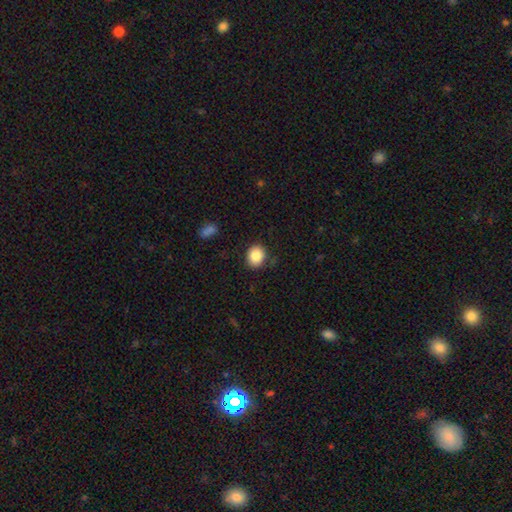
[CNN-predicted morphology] A smooth galaxy with no disk features (87%) that is round (64%).

Vote fractions:
- Smooth or featured? smooth: 87% / star or artifact: 8% / featured or disk: 5%
- How rounded? round: 64% / in between: 35% / cigar-shaped: 1%
- Merging? none: 84% / minor disturbance: 11% / major disturbance: 3% / merger: 2%